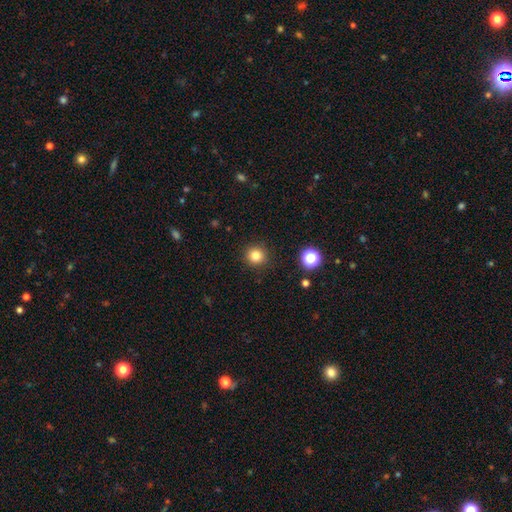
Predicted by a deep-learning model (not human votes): Overall: smooth (82%). How rounded: round (94%). Merging: none (91%).